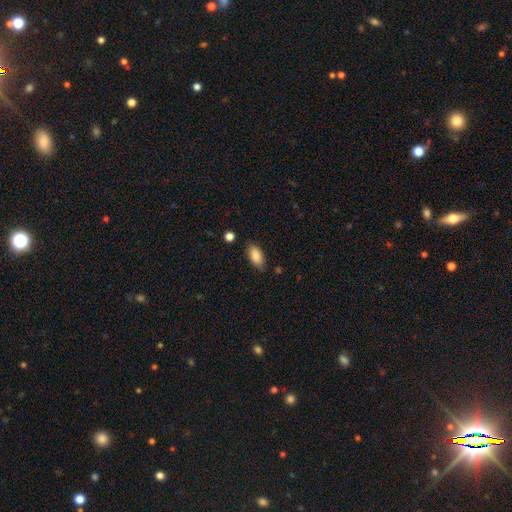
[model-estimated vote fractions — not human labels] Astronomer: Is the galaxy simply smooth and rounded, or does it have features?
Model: smooth — 86%.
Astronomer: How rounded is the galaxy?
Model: in between — 93%.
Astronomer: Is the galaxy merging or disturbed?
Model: none — 79%.